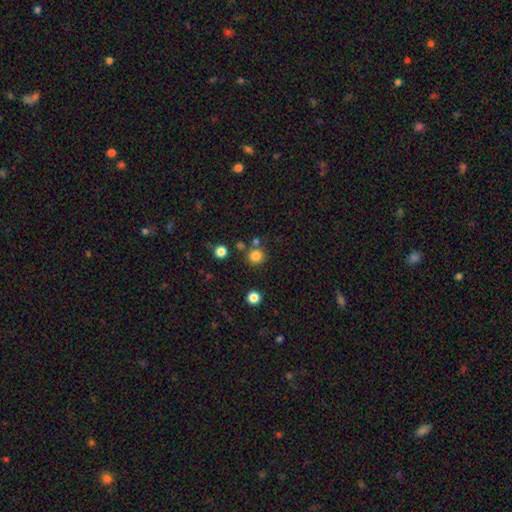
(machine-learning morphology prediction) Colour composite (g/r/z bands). It shows a smooth galaxy with no disk features (81%) that is round (93%). Merging: none (79%).